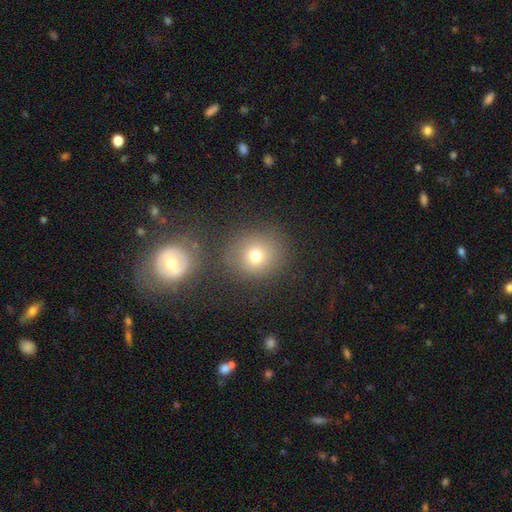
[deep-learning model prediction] smooth_or_featured: smooth (p=0.73) [alt: star or artifact p=0.16]
how_rounded: round (p=0.81) [alt: in between p=0.18]
merging: none (p=0.75) [alt: minor disturbance p=0.10]